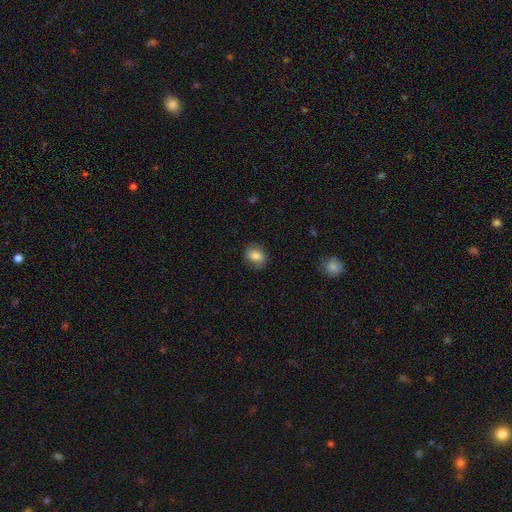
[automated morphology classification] Q: Smooth or featured?
A: smooth (79%); runner-up: featured or disk (12%)
Q: How rounded?
A: in between (55%); runner-up: round (44%)
Q: Merging?
A: none (79%); runner-up: minor disturbance (15%)